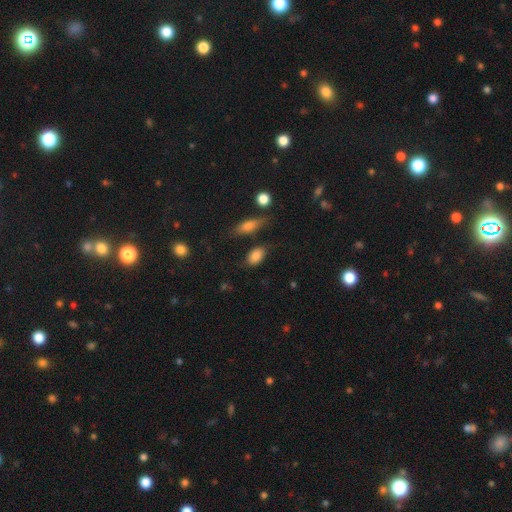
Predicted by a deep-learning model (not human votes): A smooth galaxy with no disk features (83%) that is in between round and cigar-shaped (86%).

Vote fractions:
- Smooth or featured? smooth: 83% / featured or disk: 9% / star or artifact: 8%
- How rounded? in between: 86% / round: 11% / cigar-shaped: 4%
- Merging? none: 70% / minor disturbance: 18% / major disturbance: 6% / merger: 6%